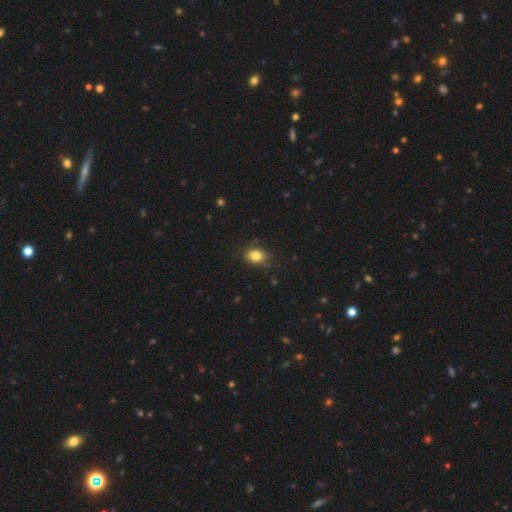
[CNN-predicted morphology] smooth-or-featured: smooth: 83% | star or artifact: 10% | featured or disk: 7%
  how-rounded: in between: 52% | round: 47% | cigar-shaped: 1%
  merging: none: 77% | minor disturbance: 17% | major disturbance: 4% | merger: 1%